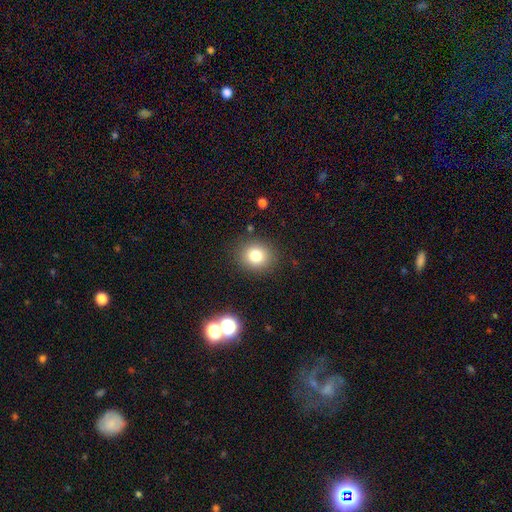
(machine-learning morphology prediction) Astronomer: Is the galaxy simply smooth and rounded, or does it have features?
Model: smooth — 79%.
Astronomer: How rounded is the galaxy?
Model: round — 77%.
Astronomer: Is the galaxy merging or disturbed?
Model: none — 87%.